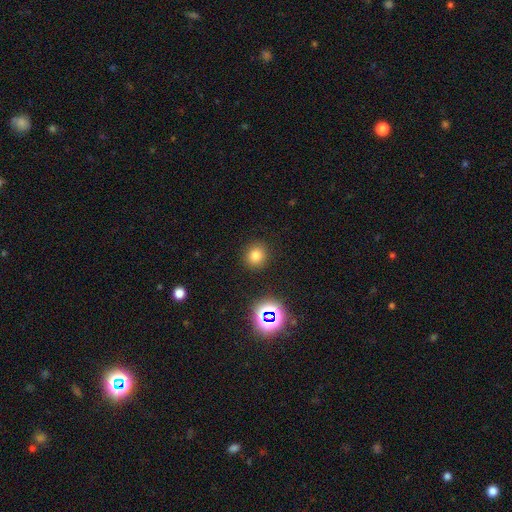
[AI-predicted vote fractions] Smooth or featured? Predicted: smooth (p=0.76). How rounded? Predicted: round (p=0.89). Merging? Predicted: none (p=0.89).